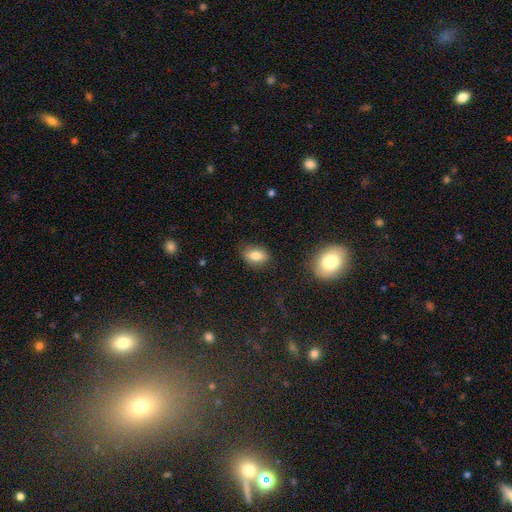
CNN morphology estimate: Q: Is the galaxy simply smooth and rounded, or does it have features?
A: smooth — 79%.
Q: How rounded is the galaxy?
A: in between — 82%.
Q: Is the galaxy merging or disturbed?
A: none — 83%.